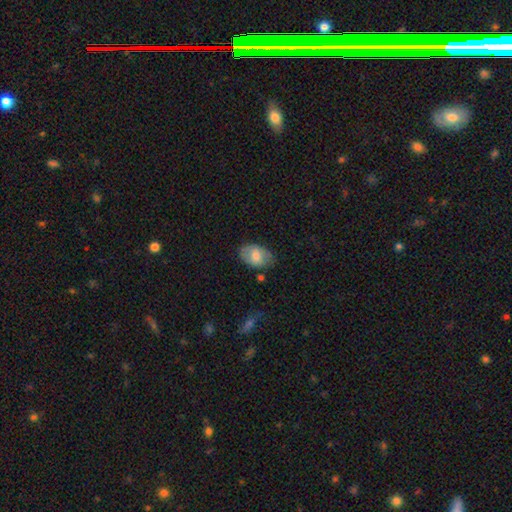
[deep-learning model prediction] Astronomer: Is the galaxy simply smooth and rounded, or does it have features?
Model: smooth — 71%.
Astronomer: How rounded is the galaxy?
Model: in between — 88%.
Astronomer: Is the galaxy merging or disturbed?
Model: none — 73%.